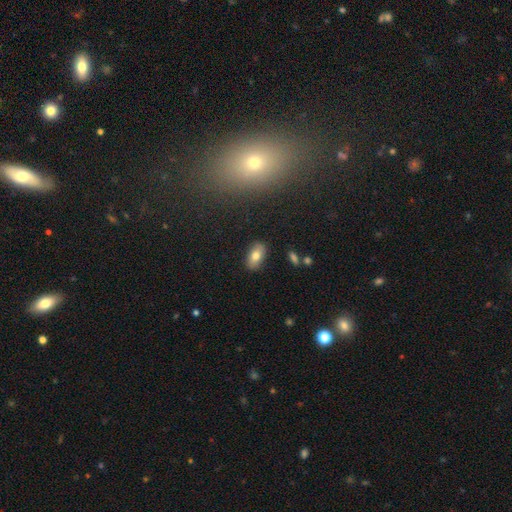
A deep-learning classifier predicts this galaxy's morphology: Smooth or featured? Predicted: smooth (p=0.77). How rounded? Predicted: in between (p=0.91). Merging? Predicted: none (p=0.86).